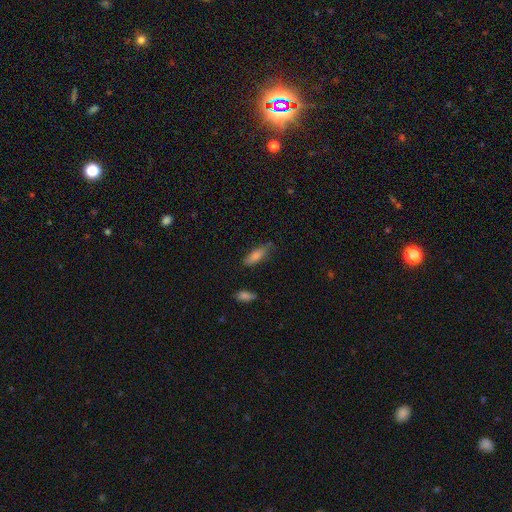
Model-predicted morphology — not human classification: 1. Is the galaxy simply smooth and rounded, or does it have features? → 78% smooth, 14% featured or disk, 8% star or artifact.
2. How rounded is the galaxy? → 63% in between, 35% cigar-shaped, 2% round.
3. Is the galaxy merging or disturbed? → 72% none, 21% minor disturbance, 4% major disturbance, 2% merger.